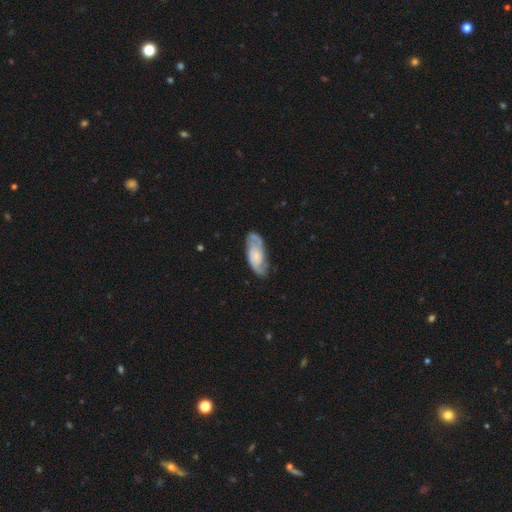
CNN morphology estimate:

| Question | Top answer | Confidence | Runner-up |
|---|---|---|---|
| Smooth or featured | featured or disk | 64% | smooth (30%) |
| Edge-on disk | no | 91% | yes (9%) |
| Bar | no | 69% | weak (26%) |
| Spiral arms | yes | 88% | no (12%) |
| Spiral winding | medium | 42% | tight (39%) |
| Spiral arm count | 2 | 70% | can't tell (18%) |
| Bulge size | small | 54% | moderate (24%) |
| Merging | none | 66% | minor disturbance (23%) |